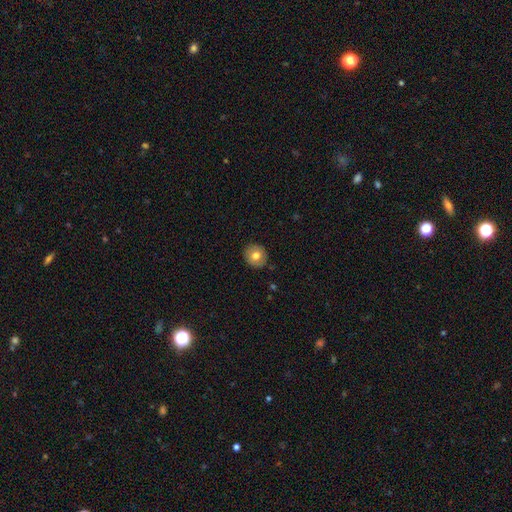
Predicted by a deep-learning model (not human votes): Q: Smooth or featured?
A: smooth (74%); runner-up: featured or disk (18%)
Q: How rounded?
A: round (86%); runner-up: in between (13%)
Q: Merging?
A: none (89%); runner-up: minor disturbance (8%)